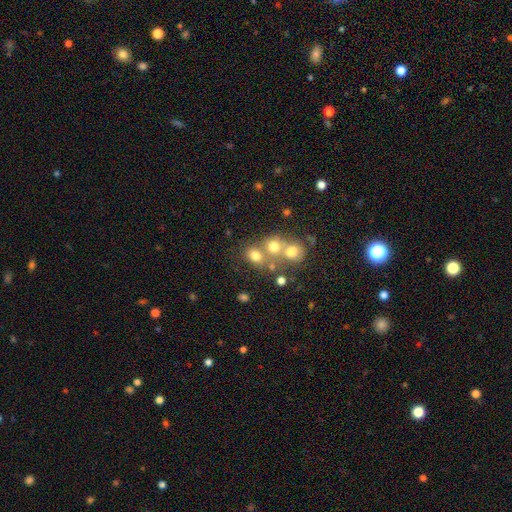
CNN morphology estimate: type=smooth (71%); roundness=round (64%); merging=none (45%).